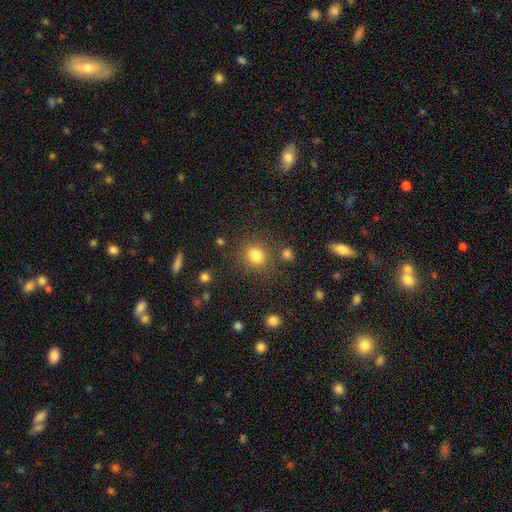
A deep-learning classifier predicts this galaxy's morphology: Overall: smooth (82%). How rounded: round (79%). Merging: none (78%).